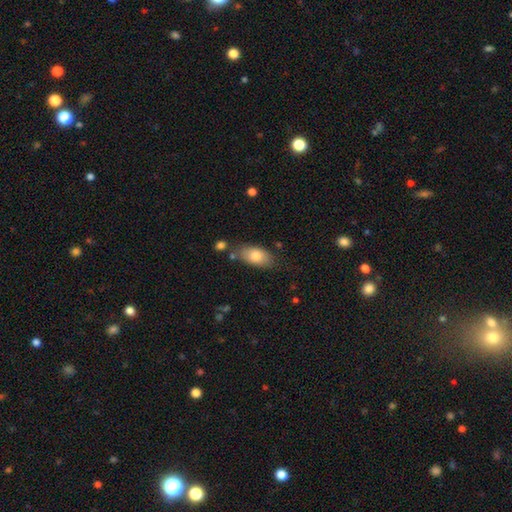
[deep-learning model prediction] Morphology: type=smooth (79%); roundness=in between (90%); merging=none (73%).